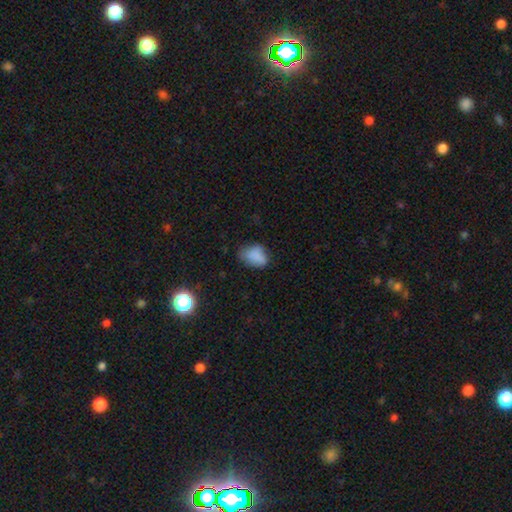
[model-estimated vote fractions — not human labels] Morphology: type=smooth (79%); roundness=in between (81%); merging=none (51%).